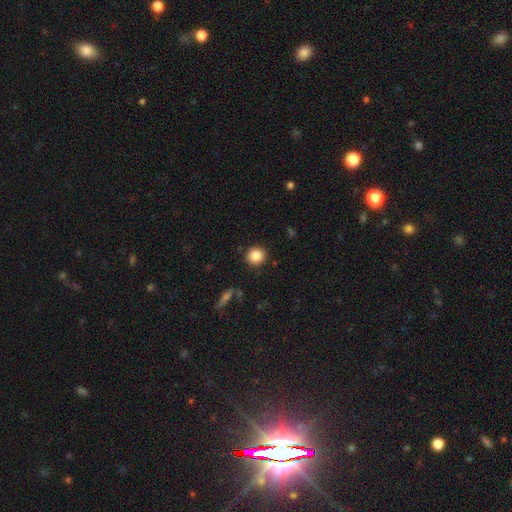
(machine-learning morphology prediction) Smooth or featured? smooth (85%)
How rounded? round (90%)
Merging? none (89%)